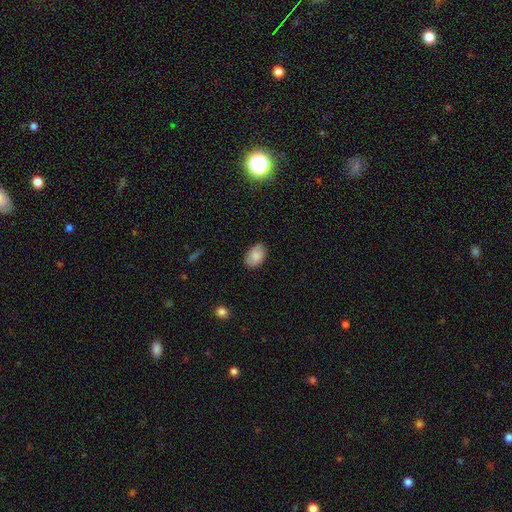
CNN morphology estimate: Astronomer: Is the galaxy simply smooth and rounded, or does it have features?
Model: smooth — 85%.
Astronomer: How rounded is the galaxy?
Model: in between — 89%.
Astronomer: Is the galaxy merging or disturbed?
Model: none — 80%.